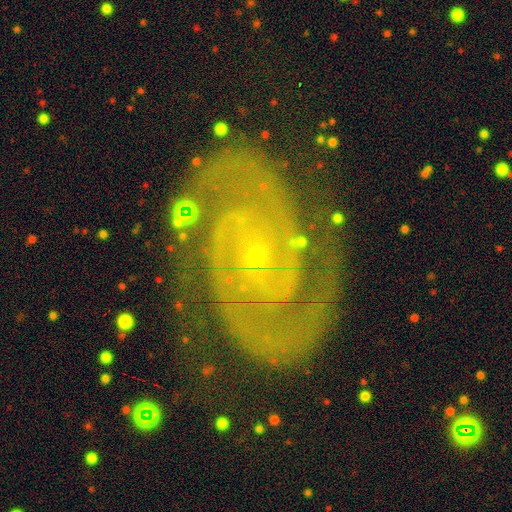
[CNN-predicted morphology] Smooth or featured?
  - featured or disk: 91% *
  - star or artifact: 6%
  - smooth: 3%
Edge-on disk?
  - no: 98% *
  - yes: 2%
Bar?
  - no: 75% *
  - weak: 18%
  - strong: 8%
Spiral arms?
  - yes: 99% *
  - no: 1%
Spiral winding?
  - tight: 73% *
  - medium: 24%
  - loose: 4%
Spiral arm count?
  - 2: 77% *
  - 3: 8%
  - can't tell: 5%
  - 4: 4%
  - more than 4: 3%
  - 1: 3%
Bulge size?
  - small: 88% *
  - moderate: 7%
  - none: 3%
  - large: 1%
  - dominant: 1%
Merging?
  - none: 81% *
  - minor disturbance: 13%
  - major disturbance: 4%
  - merger: 2%